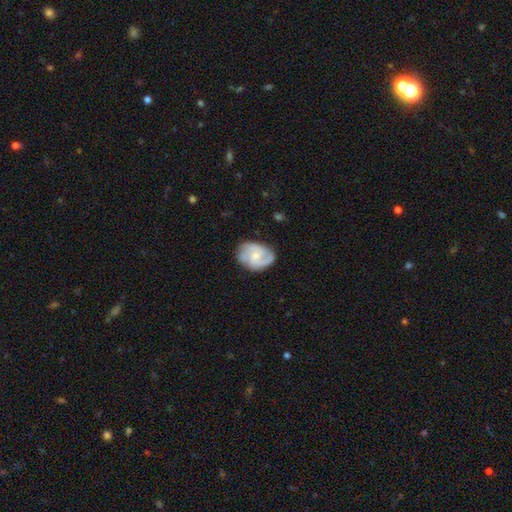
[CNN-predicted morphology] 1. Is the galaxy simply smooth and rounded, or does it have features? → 73% featured or disk, 22% smooth, 6% star or artifact.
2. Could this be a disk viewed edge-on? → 98% no, 2% yes.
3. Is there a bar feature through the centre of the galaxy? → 60% no, 35% weak, 5% strong.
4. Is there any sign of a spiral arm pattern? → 94% yes, 6% no.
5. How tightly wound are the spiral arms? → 49% medium, 33% tight, 18% loose.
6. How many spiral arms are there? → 48% 2, 28% 3, 14% can't tell, 4% 4, 4% 1, 3% more than 4.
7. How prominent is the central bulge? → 56% small, 35% moderate, 6% none, 2% large, 1% dominant.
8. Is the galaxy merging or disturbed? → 73% none, 20% minor disturbance, 6% major disturbance, 1% merger.